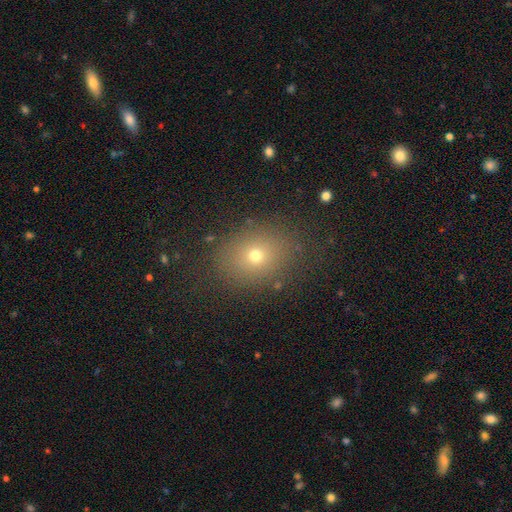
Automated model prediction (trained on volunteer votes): This is likely a smooth galaxy (68%). How rounded: possibly round (56%). Merging: clearly none (83%).